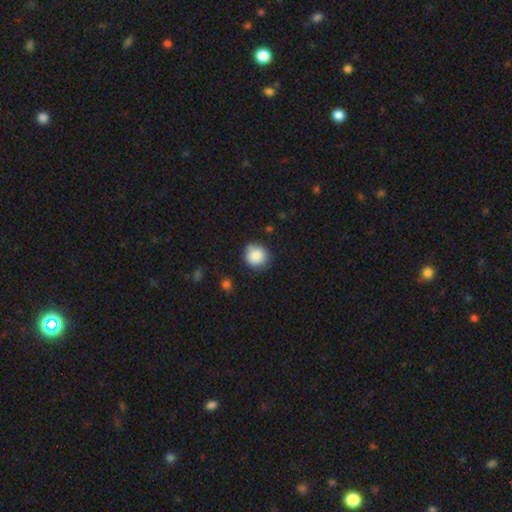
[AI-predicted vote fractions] smooth-or-featured: smooth: 86% | star or artifact: 9% | featured or disk: 5%
  how-rounded: round: 90% | in between: 9% | cigar-shaped: 1%
  merging: none: 78% | minor disturbance: 16% | major disturbance: 3% | merger: 3%